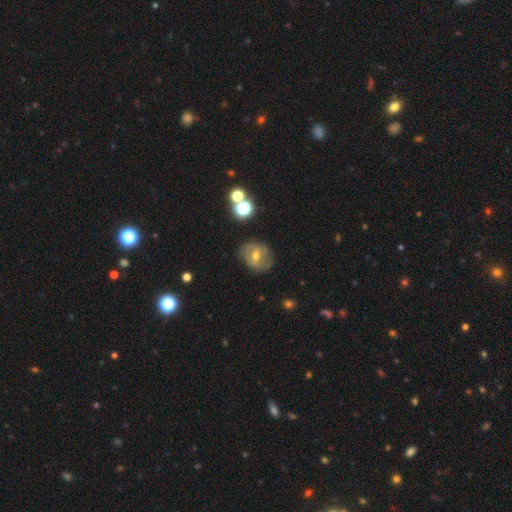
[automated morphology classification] A featured or disk galaxy (52%).

Vote fractions:
- Smooth or featured? featured or disk: 52% / smooth: 37% / star or artifact: 11%
- Edge-on disk? no: 94% / yes: 6%
- Merging? none: 74% / minor disturbance: 17% / major disturbance: 6% / merger: 3%